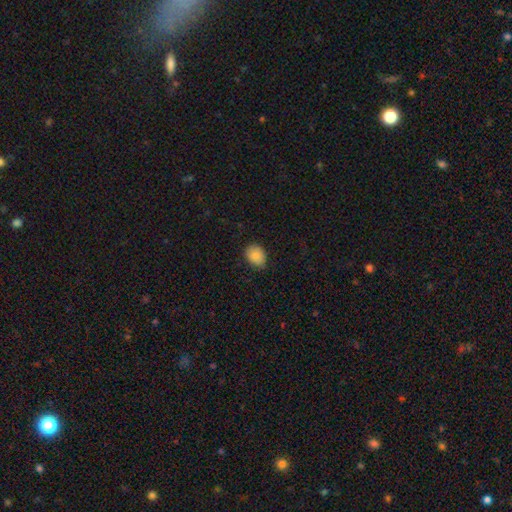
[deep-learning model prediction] Smooth or featured? Predicted: smooth (p=0.86). How rounded? Predicted: in between (p=0.62). Merging? Predicted: none (p=0.75).